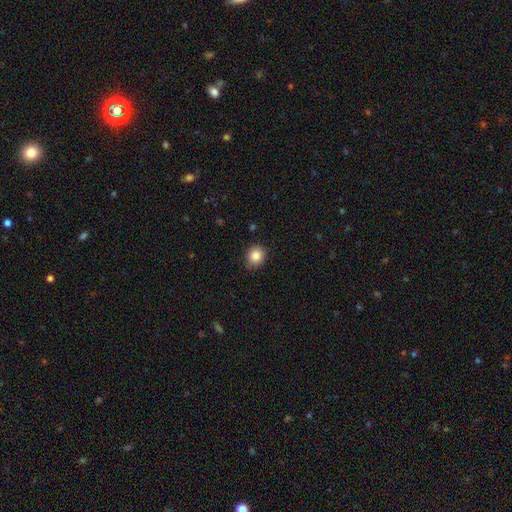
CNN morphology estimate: This appears to be a smooth galaxy with no disk features (86%) that is round (82%). Merging: none (87%).